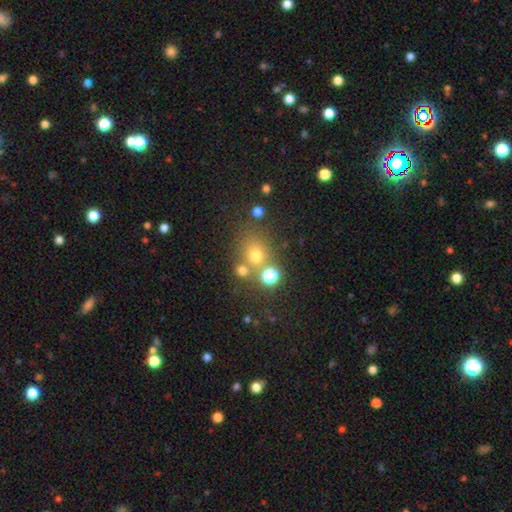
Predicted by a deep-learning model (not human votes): smooth 63%, star or artifact 24%, featured or disk 13%. Down the decision tree: how rounded — round (76%); merging — none (62%).